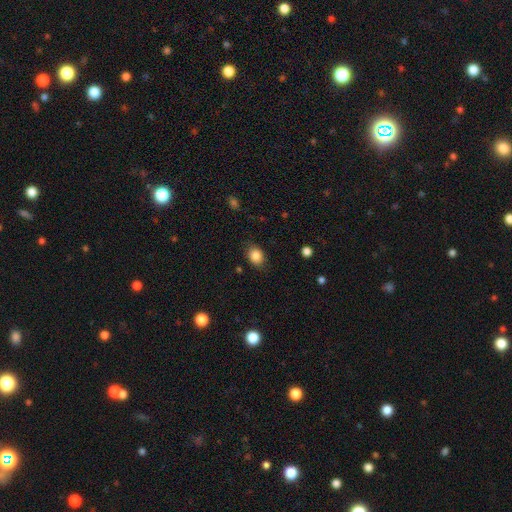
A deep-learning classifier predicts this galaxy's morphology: smooth_or_featured: smooth (p=0.85) [alt: star or artifact p=0.09]
how_rounded: in between (p=0.55) [alt: round p=0.44]
merging: none (p=0.82) [alt: minor disturbance p=0.13]